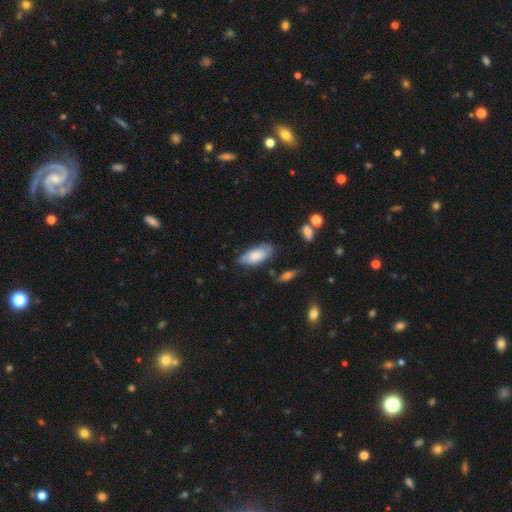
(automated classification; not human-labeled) smooth 76%, featured or disk 18%, star or artifact 6%. Down the decision tree: how rounded — in between (89%); merging — none (64%).